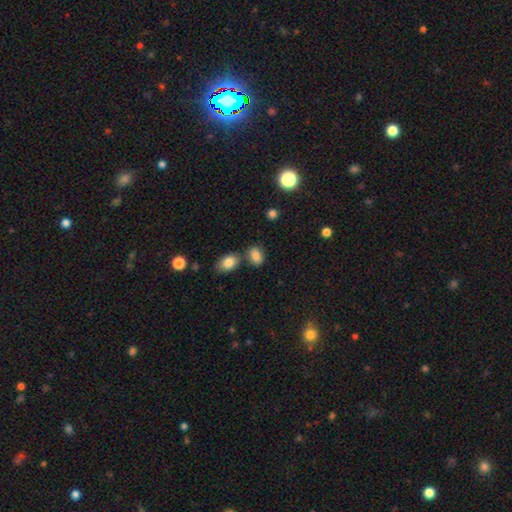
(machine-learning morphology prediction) Q: Smooth or featured?
A: smooth (83%); runner-up: star or artifact (10%)
Q: How rounded?
A: in between (84%); runner-up: round (15%)
Q: Merging?
A: none (64%); runner-up: merger (17%)